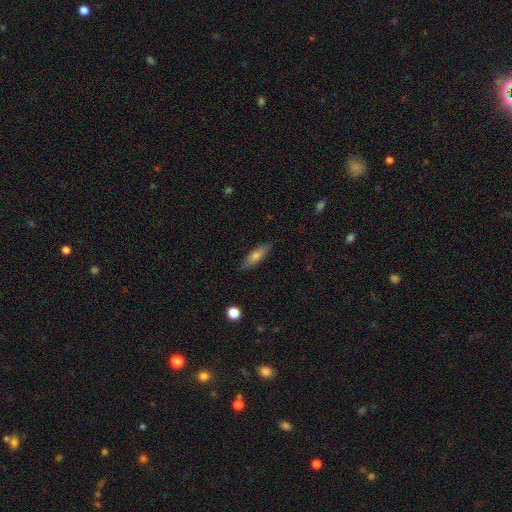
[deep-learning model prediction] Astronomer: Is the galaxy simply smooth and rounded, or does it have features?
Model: smooth — 65%.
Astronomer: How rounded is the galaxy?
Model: cigar-shaped — 57% (runner-up: in between, 41%).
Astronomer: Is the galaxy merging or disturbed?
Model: none — 86%.